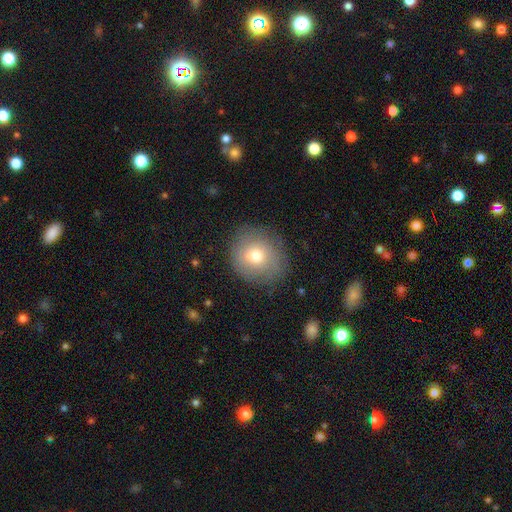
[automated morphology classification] Smooth or featured: smooth — 71% (featured or disk — 20%)
How rounded: round — 81% (in between — 18%)
Merging: none — 78% (minor disturbance — 15%)